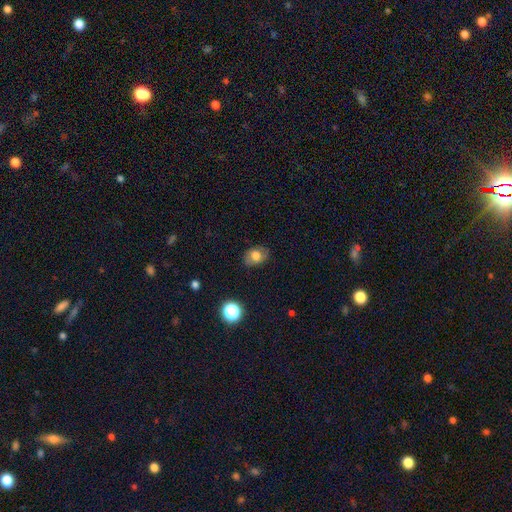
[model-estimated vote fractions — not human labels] A smooth galaxy with no disk features (73%) that is in between round and cigar-shaped (69%). Merging: none (80%).